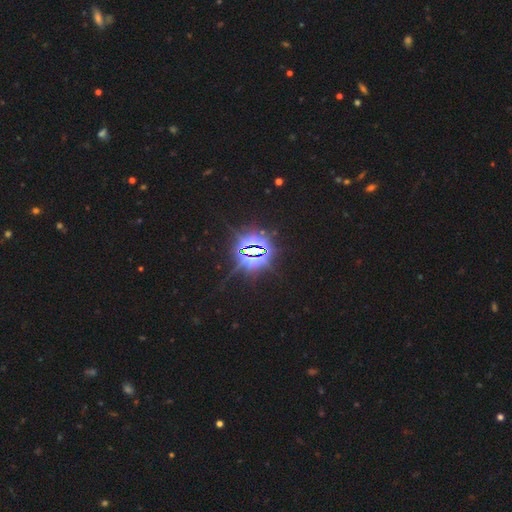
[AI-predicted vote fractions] Q: Smooth or featured?
A: star or artifact (85%); runner-up: featured or disk (8%)